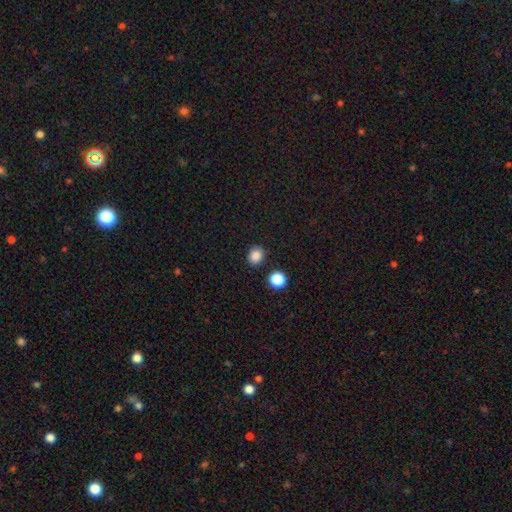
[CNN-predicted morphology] Smooth or featured?
  - smooth: 86% *
  - star or artifact: 11%
  - featured or disk: 3%
How rounded?
  - round: 65% *
  - in between: 34%
  - cigar-shaped: 1%
Merging?
  - none: 86% *
  - minor disturbance: 8%
  - merger: 3%
  - major disturbance: 2%